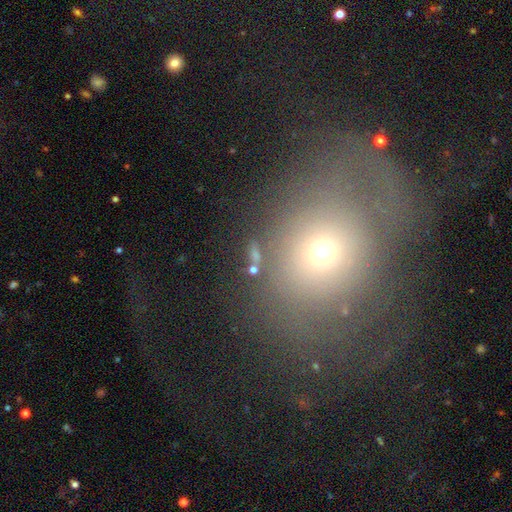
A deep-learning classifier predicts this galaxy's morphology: This is possibly a smooth galaxy (55%). How rounded: possibly round (54%). Merging: likely none (77%).